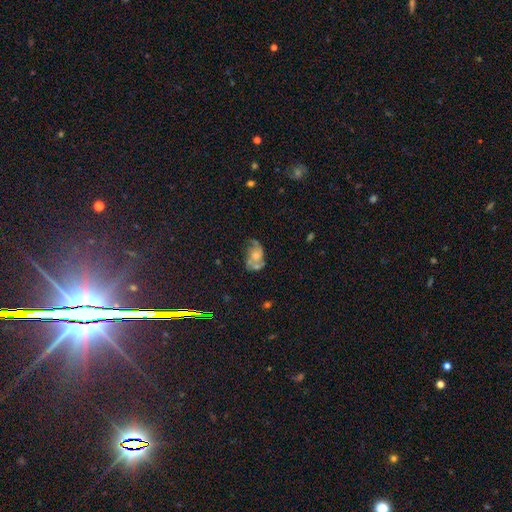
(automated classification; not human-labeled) A featured or disk galaxy (56%) with no bar (80%), spiral arms (66%) and a moderate central bulge (42%).

Vote fractions:
- Smooth or featured? featured or disk: 56% / smooth: 32% / star or artifact: 12%
- Edge-on disk? no: 97% / yes: 3%
- Bar? no: 80% / weak: 17% / strong: 3%
- Spiral arms? yes: 66% / no: 34%
- Bulge size? moderate: 42% / small: 36% / none: 12% / large: 8% / dominant: 2%
- Merging? none: 37% / minor disturbance: 24% / merger: 19% / major disturbance: 19%